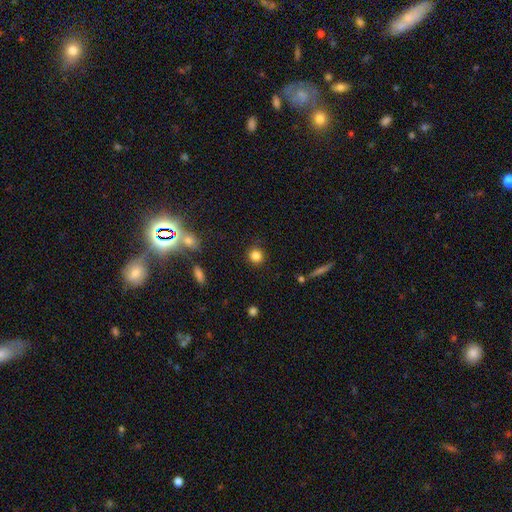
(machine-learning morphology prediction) Smooth or featured? Predicted: smooth (p=0.83). How rounded? Predicted: round (p=0.91). Merging? Predicted: none (p=0.90).